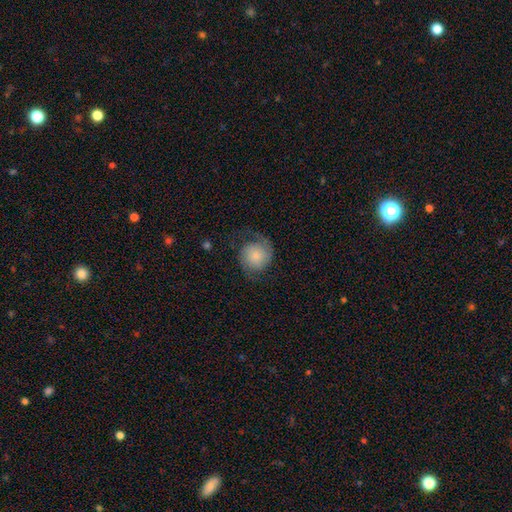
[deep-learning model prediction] Q: Smooth or featured?
A: featured or disk (62%); runner-up: smooth (30%)
Q: Edge-on disk?
A: no (98%); runner-up: yes (2%)
Q: Bar?
A: no (77%); runner-up: weak (20%)
Q: Spiral arms?
A: yes (94%); runner-up: no (6%)
Q: Spiral winding?
A: medium (42%); runner-up: loose (32%)
Q: Spiral arm count?
A: 2 (89%); runner-up: can't tell (4%)
Q: Bulge size?
A: small (53%); runner-up: moderate (22%)
Q: Merging?
A: none (71%); runner-up: minor disturbance (16%)